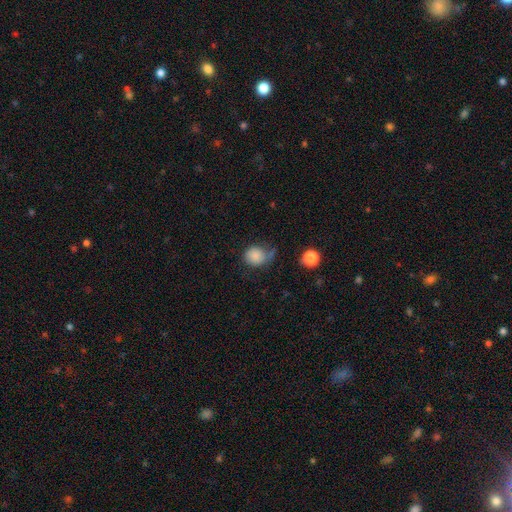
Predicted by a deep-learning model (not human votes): Smooth or featured? Predicted: smooth (p=0.81). How rounded? Predicted: round (p=0.73). Merging? Predicted: none (p=0.49).